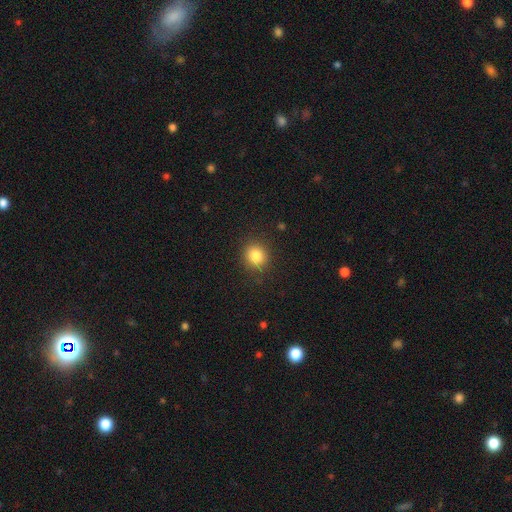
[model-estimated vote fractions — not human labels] smooth_or_featured: smooth (p=0.84) [alt: star or artifact p=0.11]
how_rounded: round (p=0.83) [alt: in between p=0.16]
merging: none (p=0.87) [alt: minor disturbance p=0.09]